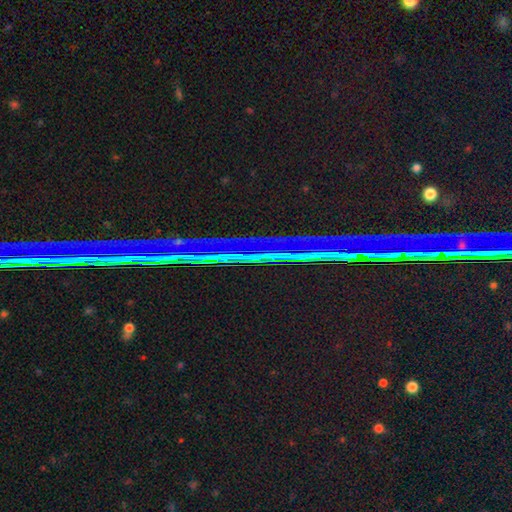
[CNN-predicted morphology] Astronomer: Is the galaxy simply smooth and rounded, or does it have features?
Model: star or artifact — 87%.